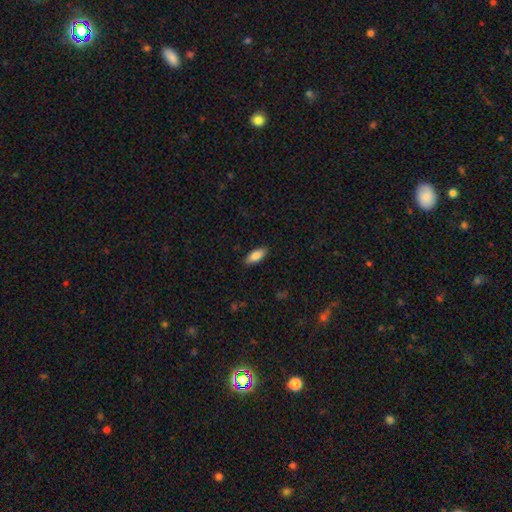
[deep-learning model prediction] Smooth or featured: smooth — 84% (featured or disk — 10%)
How rounded: in between — 84% (cigar-shaped — 14%)
Merging: none — 88% (minor disturbance — 9%)